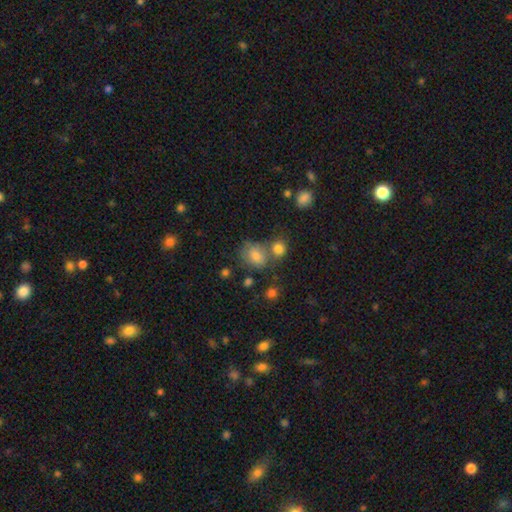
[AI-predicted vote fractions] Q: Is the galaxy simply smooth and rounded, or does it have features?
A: smooth — 78%.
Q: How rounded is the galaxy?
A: round — 57%.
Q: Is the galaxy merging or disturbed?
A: none — 51%.